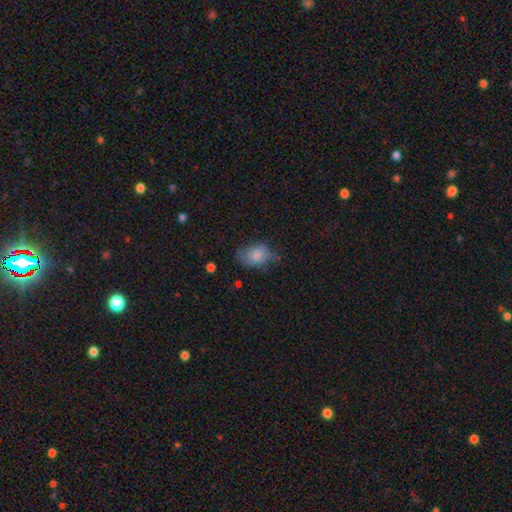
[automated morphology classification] smooth_or_featured: smooth (p=0.74) [alt: featured or disk p=0.16]
how_rounded: in between (p=0.79) [alt: round p=0.19]
merging: none (p=0.56) [alt: minor disturbance p=0.30]